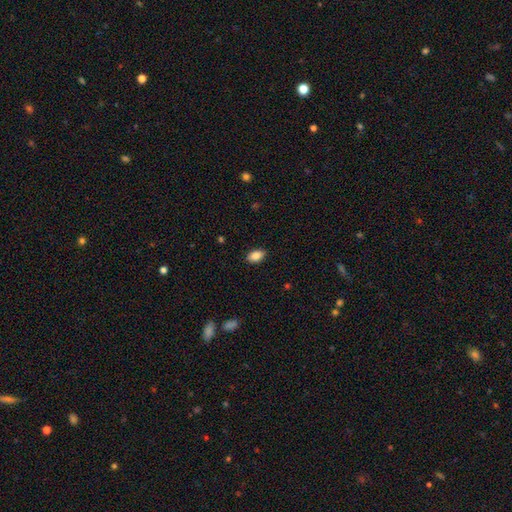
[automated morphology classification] The model was most divided on "smooth or featured": smooth: 86%, star or artifact: 8%, featured or disk: 6%. More confident: how rounded — in between (91%); merging — none (88%).